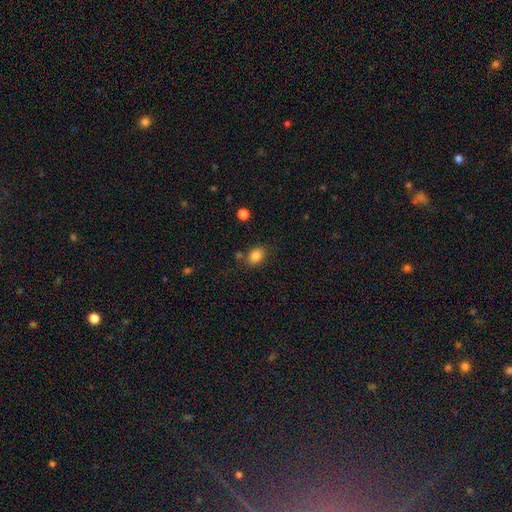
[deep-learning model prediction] smooth 84%, star or artifact 10%, featured or disk 6%. Down the decision tree: how rounded — in between (69%); merging — none (75%).